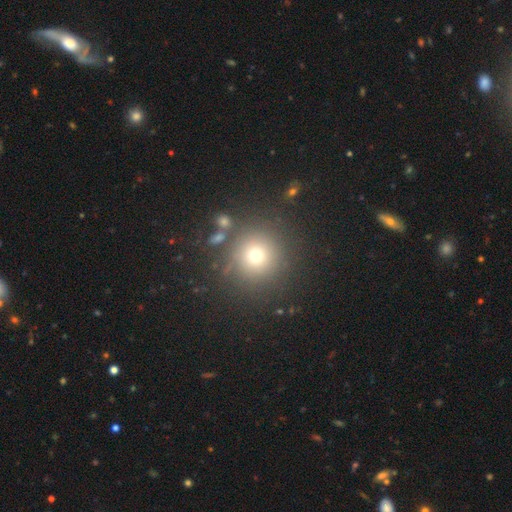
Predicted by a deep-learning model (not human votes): Morphology: type=smooth (70%); roundness=round (94%); merging=none (83%).